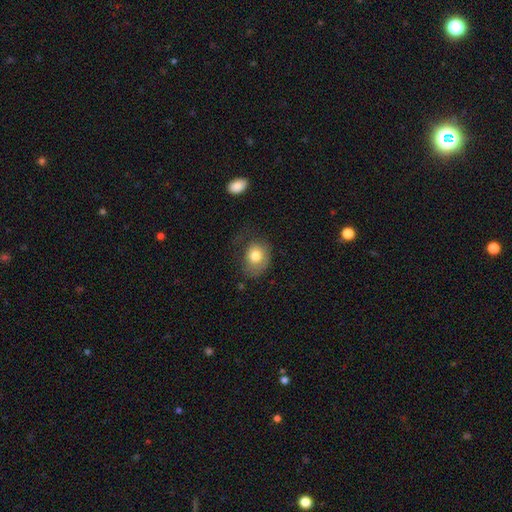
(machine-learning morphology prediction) A smooth galaxy with no disk features (77%) that is round (50%). Merging: none (47%).